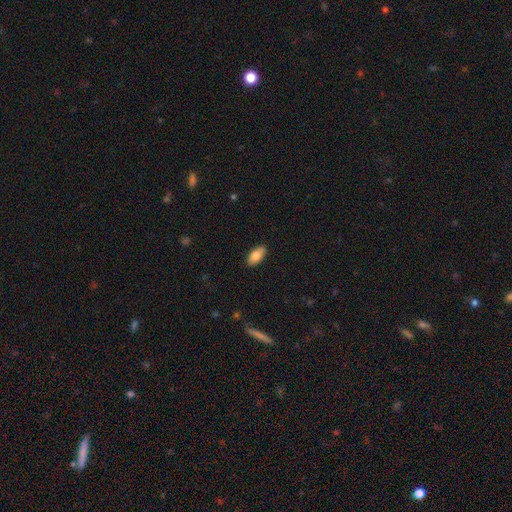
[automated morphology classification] Q: Smooth or featured?
A: smooth (80%); runner-up: featured or disk (13%)
Q: How rounded?
A: in between (89%); runner-up: cigar-shaped (9%)
Q: Merging?
A: none (88%); runner-up: minor disturbance (10%)